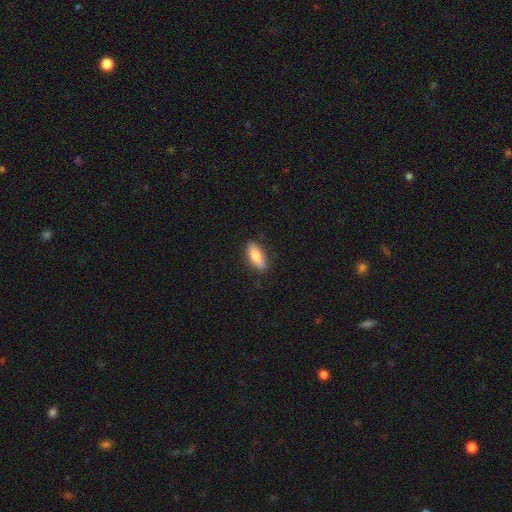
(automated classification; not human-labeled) This appears to be a smooth galaxy with no disk features (82%) that is in between round and cigar-shaped (70%). Merging: none (83%).